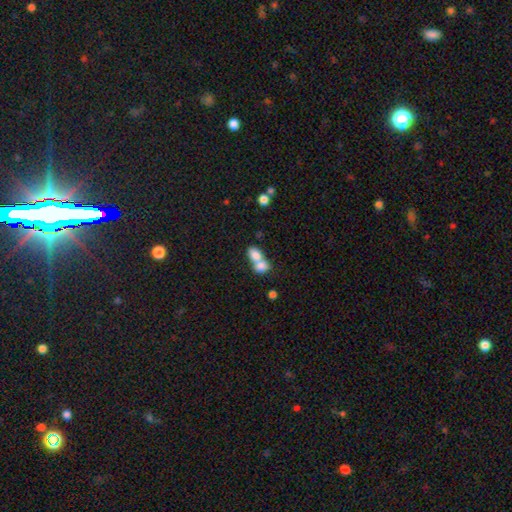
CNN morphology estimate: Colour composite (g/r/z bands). It shows a smooth galaxy with no disk features (79%) that is in between round and cigar-shaped (70%). Merging: merger (72%).